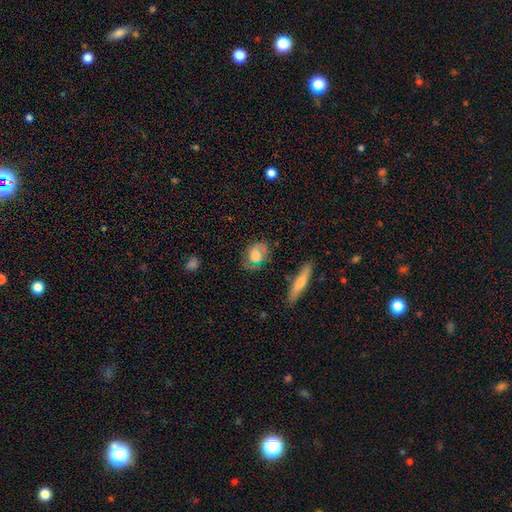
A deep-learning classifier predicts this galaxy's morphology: A smooth galaxy with no disk features (58%) that is in between round and cigar-shaped (68%).

Vote fractions:
- Smooth or featured? smooth: 58% / featured or disk: 35% / star or artifact: 8%
- How rounded? in between: 68% / round: 28% / cigar-shaped: 4%
- Merging? none: 59% / minor disturbance: 26% / major disturbance: 11% / merger: 4%